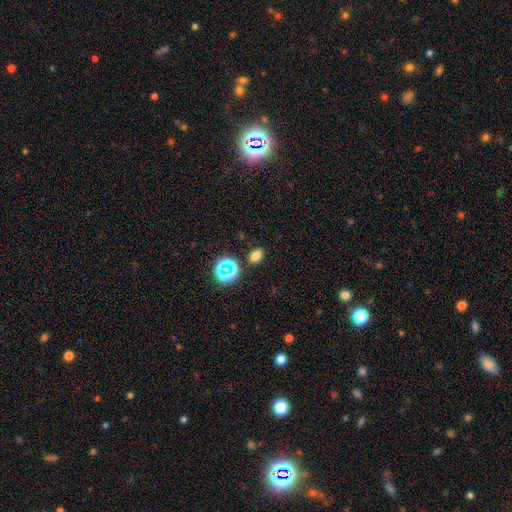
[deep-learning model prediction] Smooth or featured? Predicted: smooth (p=0.75). How rounded? Predicted: in between (p=0.76). Merging? Predicted: none (p=0.86).